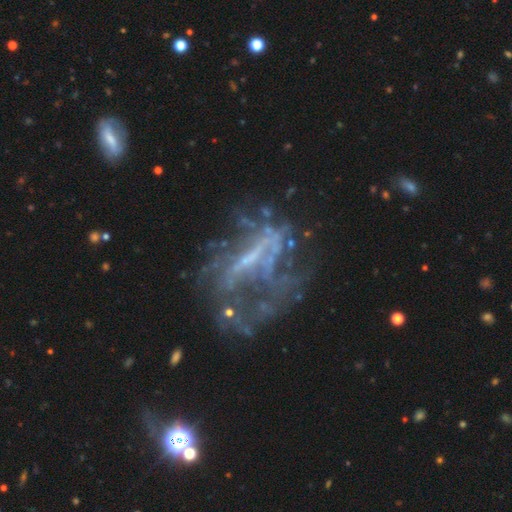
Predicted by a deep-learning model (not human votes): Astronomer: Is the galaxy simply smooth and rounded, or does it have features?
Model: featured or disk — 73%.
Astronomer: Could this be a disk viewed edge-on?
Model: no — 92%.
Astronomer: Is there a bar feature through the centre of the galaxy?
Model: strong — 37% (runner-up: no, 32%).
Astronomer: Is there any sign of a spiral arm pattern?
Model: no — 56% (runner-up: yes, 44%).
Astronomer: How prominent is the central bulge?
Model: none — 50% (runner-up: small, 31%).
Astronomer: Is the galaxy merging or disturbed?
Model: major disturbance — 40% (runner-up: none, 38%).